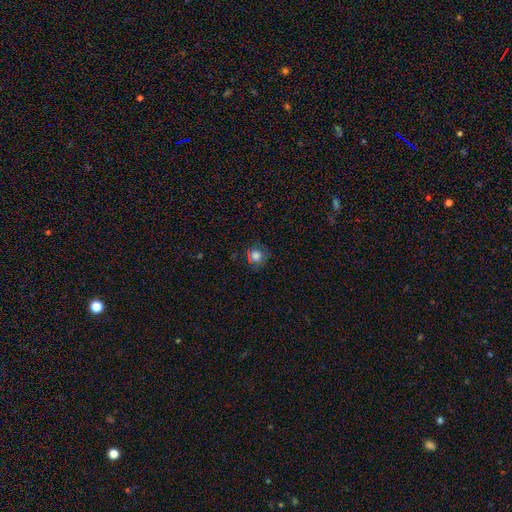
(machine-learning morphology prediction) Q: Smooth or featured?
A: smooth (73%); runner-up: star or artifact (19%)
Q: How rounded?
A: round (91%); runner-up: in between (8%)
Q: Merging?
A: none (83%); runner-up: minor disturbance (11%)